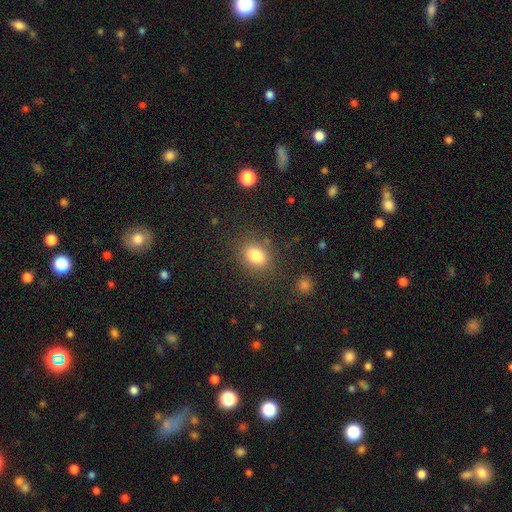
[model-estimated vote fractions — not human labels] smooth 82%, star or artifact 11%, featured or disk 7%. Down the decision tree: how rounded — in between (56%); merging — none (81%).